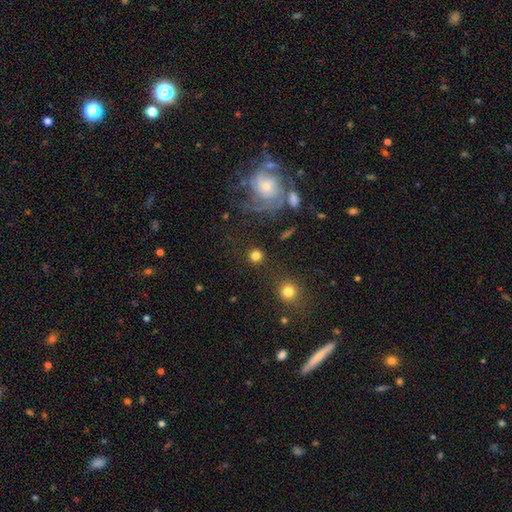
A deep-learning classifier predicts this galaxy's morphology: This appears to be a smooth galaxy with no disk features (81%) that is round (92%). Merging: none (84%).